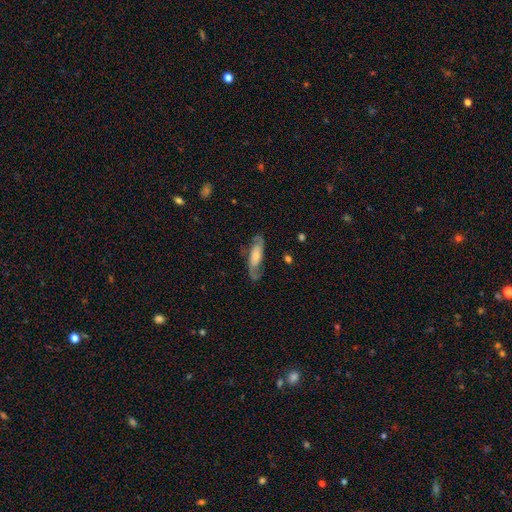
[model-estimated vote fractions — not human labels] Overall: featured or disk (73%). Edge-on disk: no (87%). Bar: no (57%; weak 28%). Spiral arms: yes (92%). Spiral arm count: 2 (87%). Spiral winding: medium (45%; loose 32%). Bulge size: small (44%; moderate 35%). Merging: none (73%).